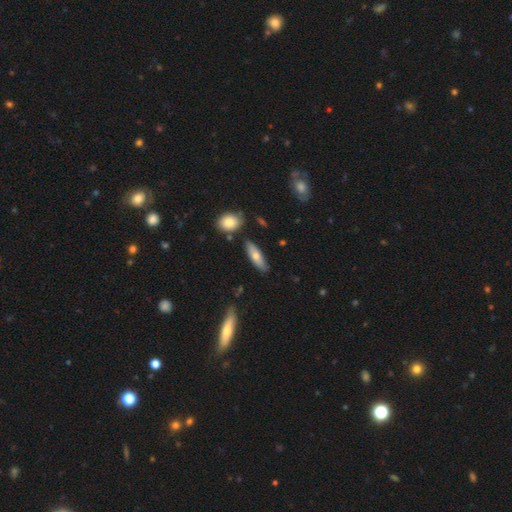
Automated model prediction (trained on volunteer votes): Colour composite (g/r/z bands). It shows a smooth galaxy with no disk features (63%) that is in between round and cigar-shaped (52%). Merging: none (80%).